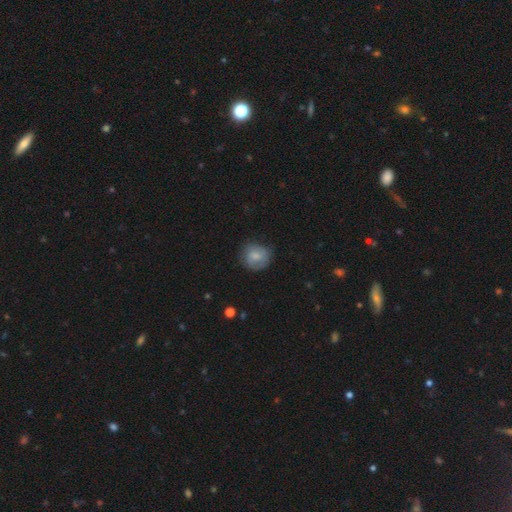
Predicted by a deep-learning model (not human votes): A smooth galaxy with no disk features (73%) that is round (85%). Merging: none (70%).